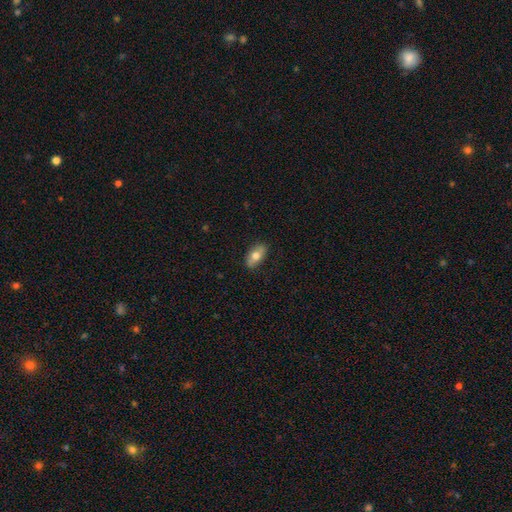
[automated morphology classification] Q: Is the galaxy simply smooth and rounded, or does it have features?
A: smooth — 70%.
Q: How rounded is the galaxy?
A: in between — 89%.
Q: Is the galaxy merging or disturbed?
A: none — 85%.